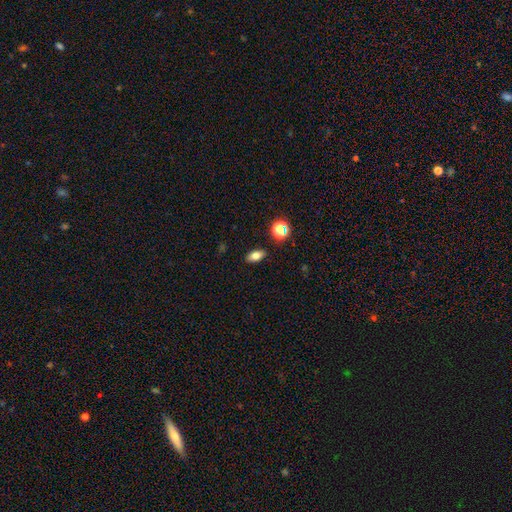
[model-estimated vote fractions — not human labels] Morphology: type=smooth (73%); roundness=in between (85%); merging=none (88%).